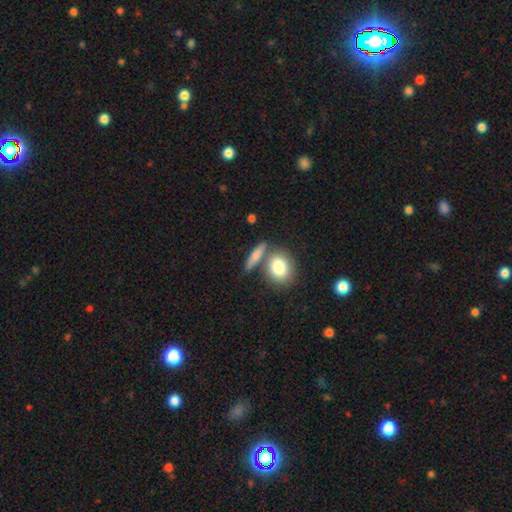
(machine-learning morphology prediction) smooth_or_featured: smooth (p=0.73) [alt: featured or disk p=0.19]
how_rounded: cigar-shaped (p=0.40) [alt: in between p=0.36]
merging: none (p=0.64) [alt: merger p=0.20]